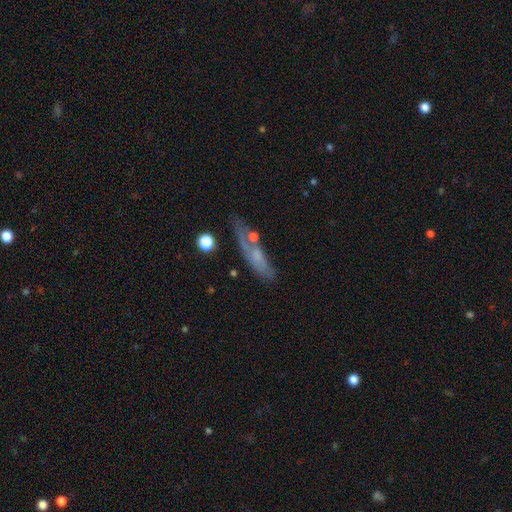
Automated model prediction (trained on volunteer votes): Q: Smooth or featured?
A: smooth (46%); runner-up: featured or disk (42%)
Q: Merging?
A: none (51%); runner-up: minor disturbance (22%)